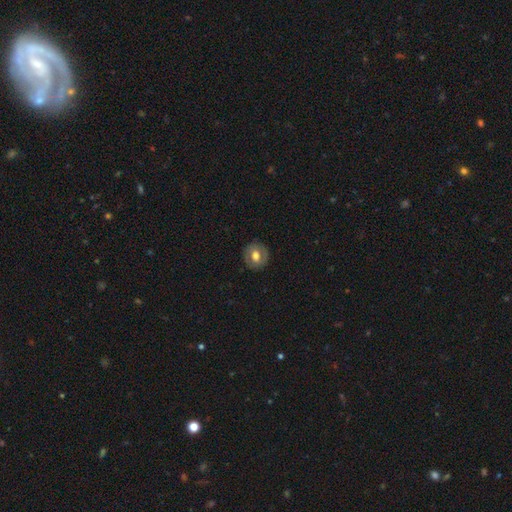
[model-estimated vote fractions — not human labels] smooth_or_featured: smooth (p=0.59) [alt: featured or disk p=0.33]
how_rounded: round (p=0.86) [alt: in between p=0.13]
merging: none (p=0.87) [alt: minor disturbance p=0.09]